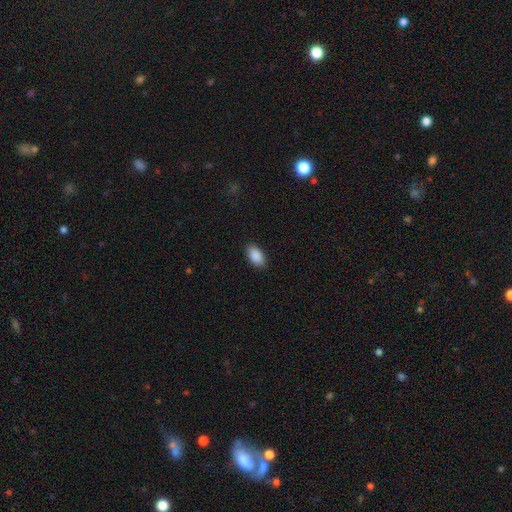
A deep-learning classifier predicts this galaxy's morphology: smooth_or_featured: smooth (p=0.90) [alt: star or artifact p=0.07]
how_rounded: in between (p=0.94) [alt: round p=0.04]
merging: none (p=0.89) [alt: minor disturbance p=0.08]